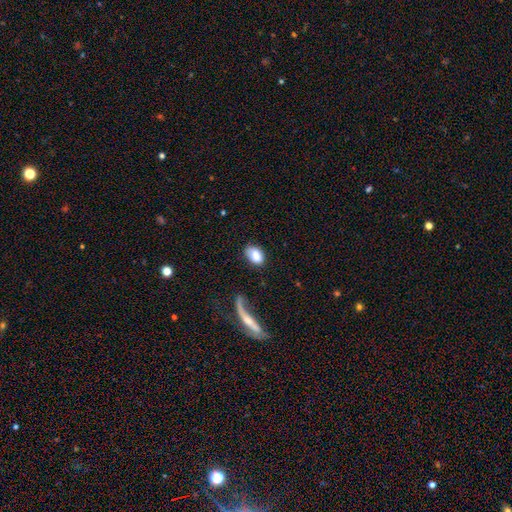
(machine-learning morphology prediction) A smooth galaxy with no disk features (83%) that is in between round and cigar-shaped (82%). Merging: none (70%).